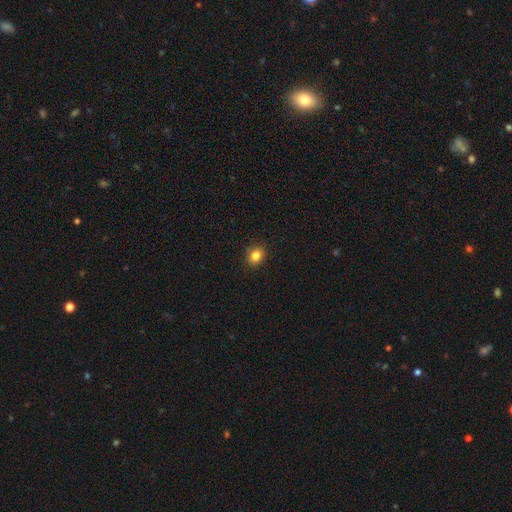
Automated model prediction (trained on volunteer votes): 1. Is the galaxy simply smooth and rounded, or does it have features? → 83% smooth, 11% star or artifact, 6% featured or disk.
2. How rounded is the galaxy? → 63% round, 36% in between, 1% cigar-shaped.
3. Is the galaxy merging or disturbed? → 90% none, 7% minor disturbance, 2% major disturbance, 1% merger.